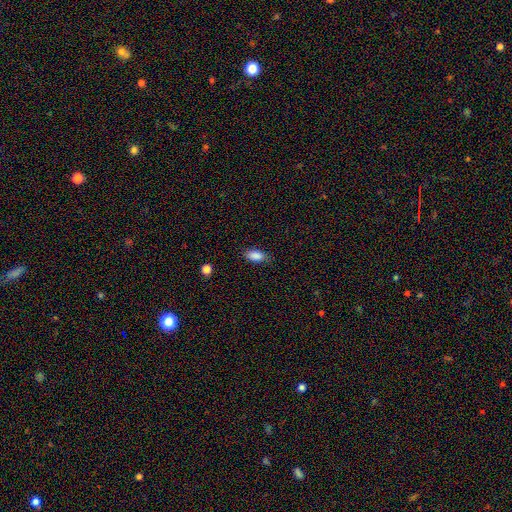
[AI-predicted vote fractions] A smooth galaxy with no disk features (87%) that is in between round and cigar-shaped (89%).

Vote fractions:
- Smooth or featured? smooth: 87% / star or artifact: 8% / featured or disk: 5%
- How rounded? in between: 89% / cigar-shaped: 7% / round: 4%
- Merging? none: 80% / minor disturbance: 15% / major disturbance: 3% / merger: 1%